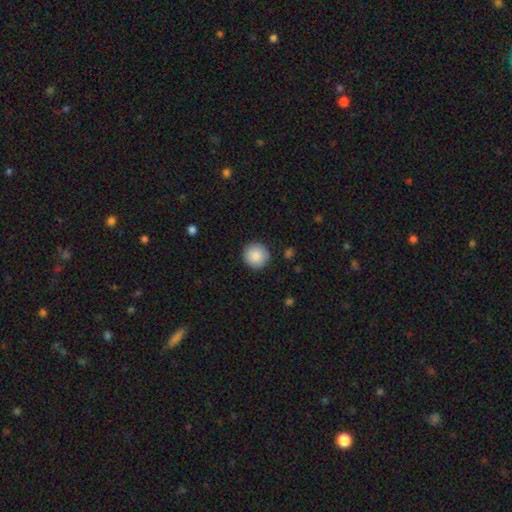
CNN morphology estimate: smooth-or-featured: smooth: 88% | star or artifact: 8% | featured or disk: 5%
  how-rounded: round: 96% | in between: 3% | cigar-shaped: 1%
  merging: none: 91% | minor disturbance: 6% | major disturbance: 2% | merger: 1%